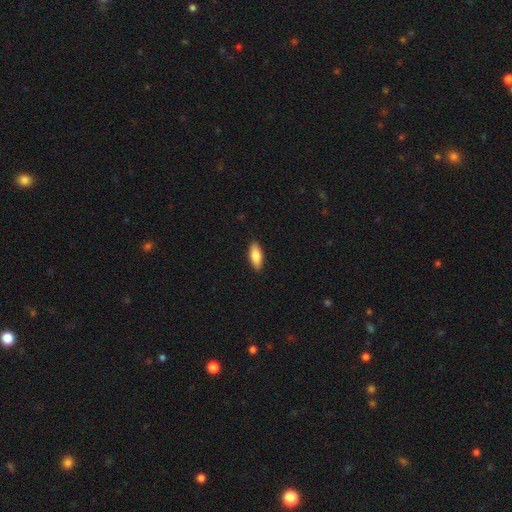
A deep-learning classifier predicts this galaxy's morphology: smooth-or-featured: smooth: 83% | featured or disk: 11% | star or artifact: 6%
  how-rounded: in between: 78% | cigar-shaped: 19% | round: 2%
  merging: none: 89% | minor disturbance: 8% | major disturbance: 2% | merger: 1%